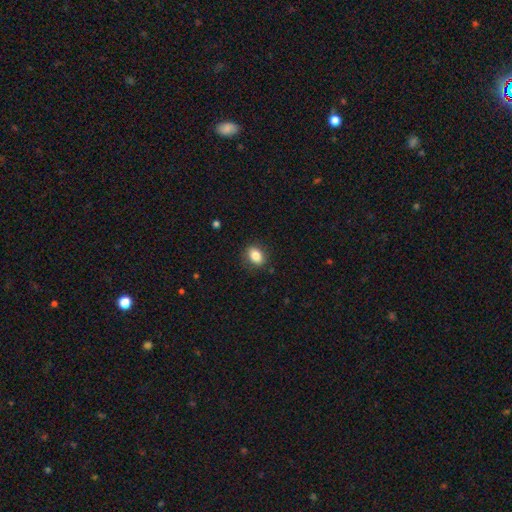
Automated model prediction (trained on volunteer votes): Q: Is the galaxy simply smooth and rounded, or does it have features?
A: smooth — 84%.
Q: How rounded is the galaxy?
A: in between — 79%.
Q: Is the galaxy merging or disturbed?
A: none — 85%.